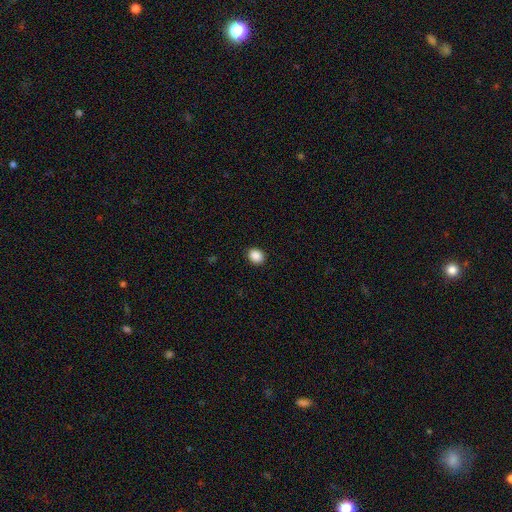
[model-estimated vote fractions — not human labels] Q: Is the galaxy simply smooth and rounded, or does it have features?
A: smooth — 89%.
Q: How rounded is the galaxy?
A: round — 55%.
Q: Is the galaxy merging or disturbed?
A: none — 91%.